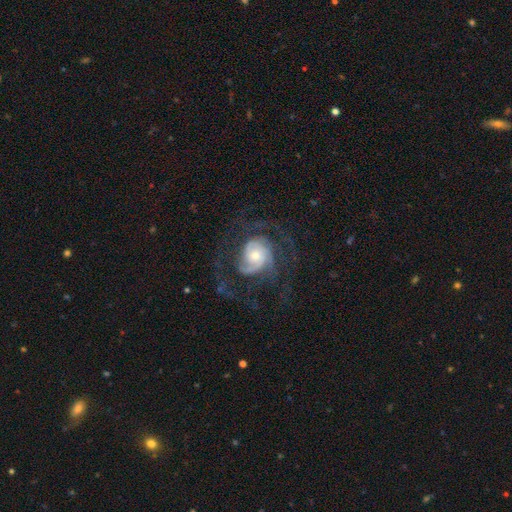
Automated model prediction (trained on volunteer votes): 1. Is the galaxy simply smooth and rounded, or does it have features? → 84% featured or disk, 10% smooth, 6% star or artifact.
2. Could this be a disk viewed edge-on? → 98% no, 2% yes.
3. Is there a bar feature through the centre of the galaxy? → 68% no, 26% weak, 6% strong.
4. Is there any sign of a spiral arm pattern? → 96% yes, 4% no.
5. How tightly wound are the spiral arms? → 43% medium, 37% tight, 20% loose.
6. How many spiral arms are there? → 32% 2, 29% 3, 18% can't tell, 8% 4, 7% 1, 6% more than 4.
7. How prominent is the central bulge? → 47% moderate, 41% small, 8% large, 2% dominant, 2% none.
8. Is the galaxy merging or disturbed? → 58% none, 25% major disturbance, 15% minor disturbance, 1% merger.